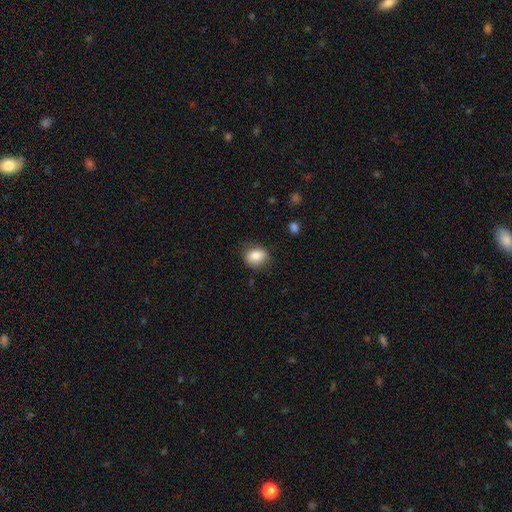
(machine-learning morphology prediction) A smooth galaxy with no disk features (82%) that is round (52%).

Vote fractions:
- Smooth or featured? smooth: 82% / featured or disk: 9% / star or artifact: 9%
- How rounded? round: 52% / in between: 47% / cigar-shaped: 1%
- Merging? none: 80% / minor disturbance: 15% / major disturbance: 4% / merger: 1%